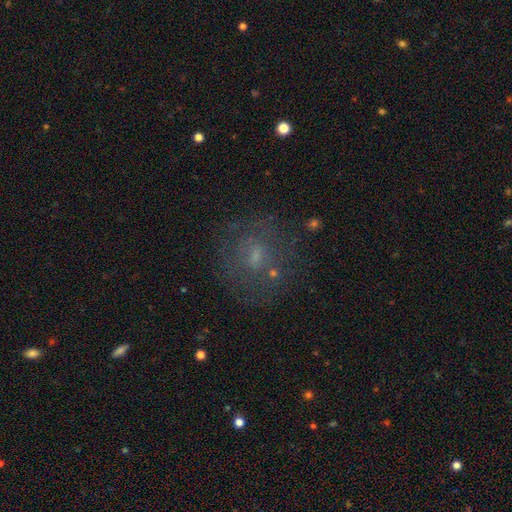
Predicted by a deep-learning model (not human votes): This is marginally a featured or disk galaxy (42%). Merging: likely none (69%).